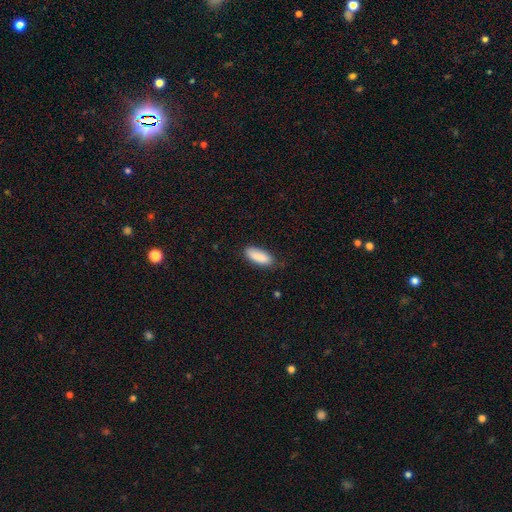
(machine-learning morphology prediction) Smooth or featured? smooth (89%)
How rounded? in between (70%)
Merging? none (78%)